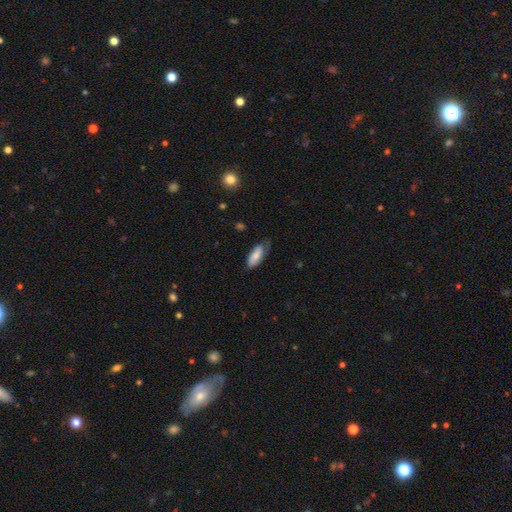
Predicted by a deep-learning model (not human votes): A smooth galaxy with no disk features (77%) that is in between round and cigar-shaped (80%). Merging: none (55%).